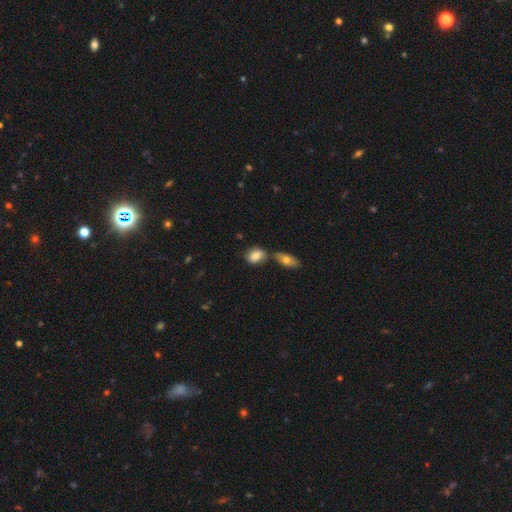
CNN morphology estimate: smooth_or_featured: smooth (p=0.81) [alt: featured or disk p=0.12]
how_rounded: in between (p=0.78) [alt: round p=0.19]
merging: none (p=0.50) [alt: merger p=0.29]